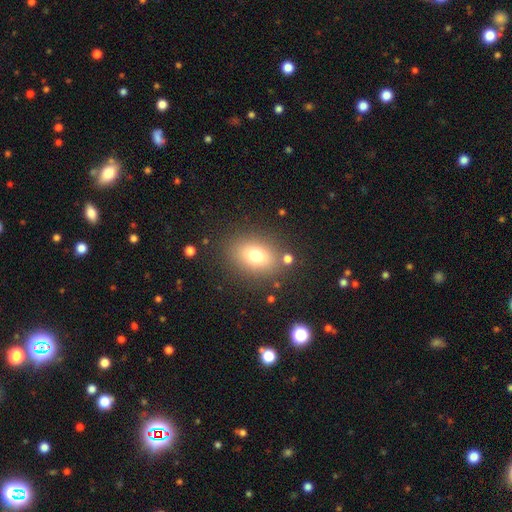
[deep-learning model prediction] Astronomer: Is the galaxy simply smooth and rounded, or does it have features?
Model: smooth — 73%.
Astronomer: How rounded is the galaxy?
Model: in between — 63%.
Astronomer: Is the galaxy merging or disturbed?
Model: none — 81%.